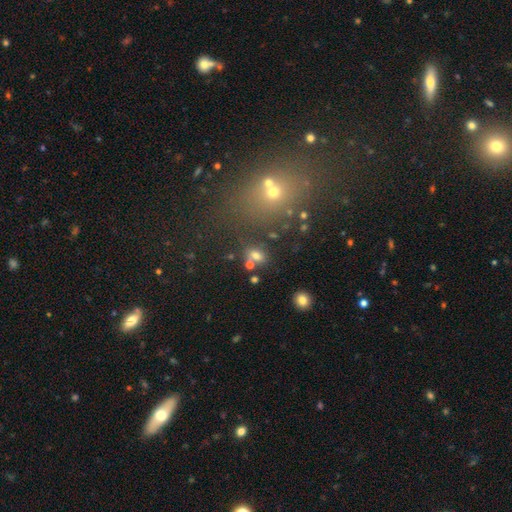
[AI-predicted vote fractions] Smooth or featured? smooth (69%)
How rounded? in between (63%)
Merging? none (63%)